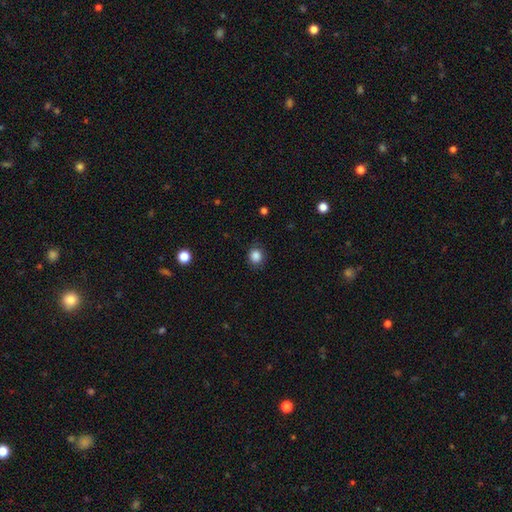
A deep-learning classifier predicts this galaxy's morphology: A smooth galaxy with no disk features (85%) that is round (77%).

Vote fractions:
- Smooth or featured? smooth: 85% / star or artifact: 11% / featured or disk: 4%
- How rounded? round: 77% / in between: 22% / cigar-shaped: 1%
- Merging? none: 82% / minor disturbance: 13% / major disturbance: 4% / merger: 1%